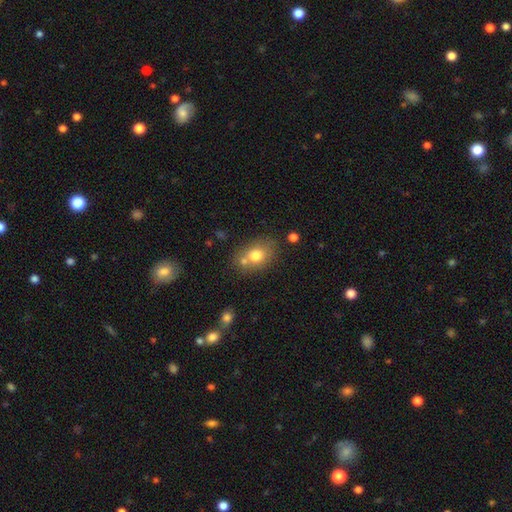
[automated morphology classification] Q: Smooth or featured?
A: smooth (74%); runner-up: featured or disk (16%)
Q: How rounded?
A: in between (65%); runner-up: round (34%)
Q: Merging?
A: none (55%); runner-up: merger (25%)